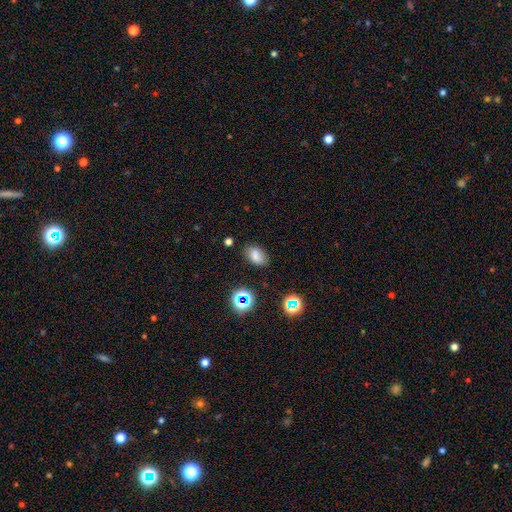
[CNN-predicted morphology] smooth-or-featured: smooth: 76% | star or artifact: 15% | featured or disk: 9%
  how-rounded: in between: 86% | round: 13% | cigar-shaped: 1%
  merging: none: 79% | minor disturbance: 15% | major disturbance: 4% | merger: 2%